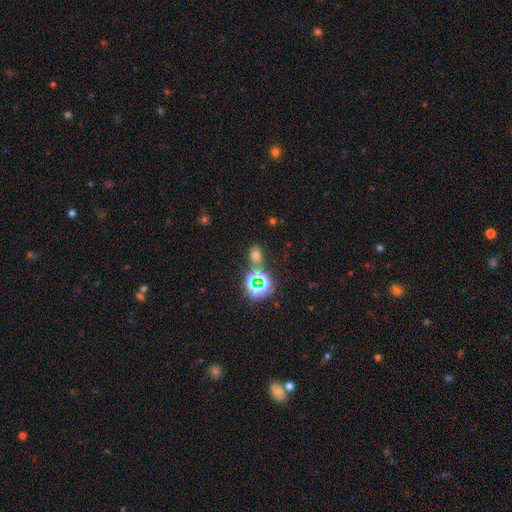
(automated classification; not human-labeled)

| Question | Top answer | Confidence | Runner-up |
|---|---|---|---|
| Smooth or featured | smooth | 56% | star or artifact (36%) |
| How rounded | in between | 66% | round (32%) |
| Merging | none | 74% | minor disturbance (11%) |